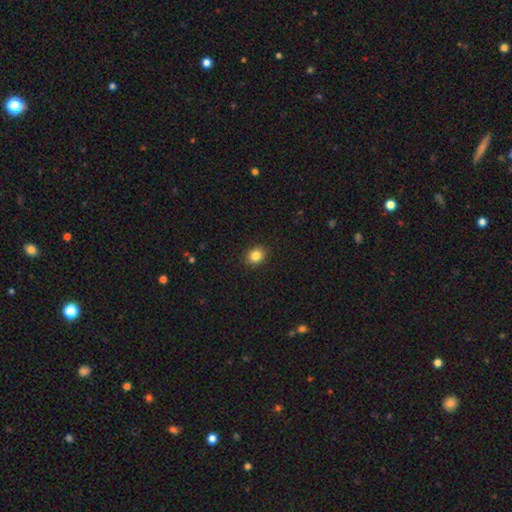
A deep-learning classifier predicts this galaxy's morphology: Q: Smooth or featured?
A: smooth (84%); runner-up: star or artifact (10%)
Q: How rounded?
A: round (66%); runner-up: in between (33%)
Q: Merging?
A: none (90%); runner-up: minor disturbance (7%)